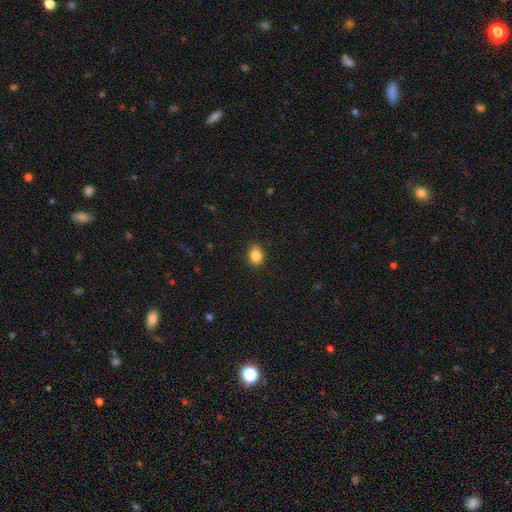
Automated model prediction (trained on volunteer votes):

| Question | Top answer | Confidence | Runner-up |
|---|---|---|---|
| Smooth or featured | smooth | 86% | star or artifact (9%) |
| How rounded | in between | 59% | round (40%) |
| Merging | none | 85% | minor disturbance (12%) |